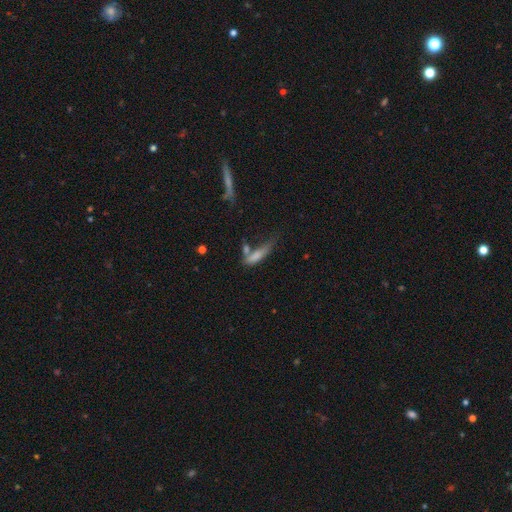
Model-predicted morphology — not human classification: Smooth or featured: smooth — 73% (featured or disk — 17%)
How rounded: cigar-shaped — 64% (in between — 33%)
Merging: none — 35% (merger — 27%)